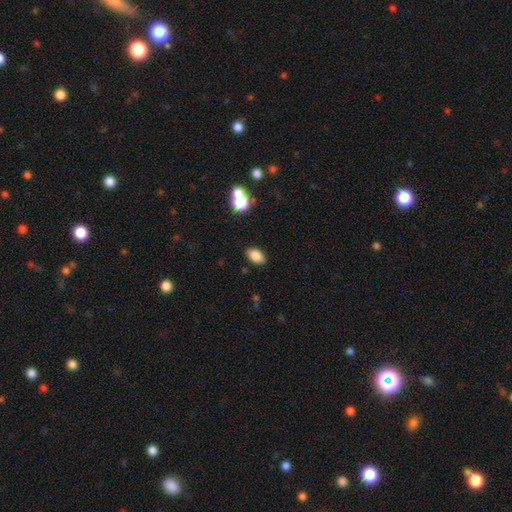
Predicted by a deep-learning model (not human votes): smooth_or_featured: smooth (p=0.85) [alt: star or artifact p=0.10]
how_rounded: in between (p=0.90) [alt: round p=0.08]
merging: none (p=0.87) [alt: minor disturbance p=0.08]